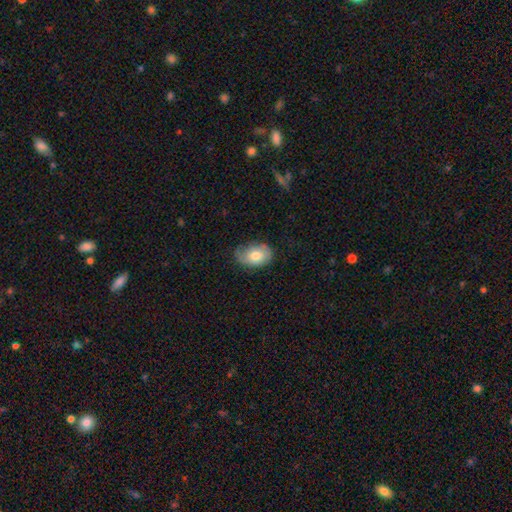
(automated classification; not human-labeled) Smooth or featured? smooth (69%)
How rounded? in between (83%)
Merging? none (57%)